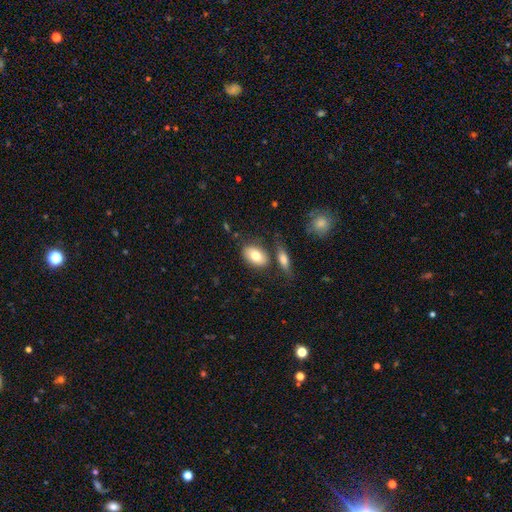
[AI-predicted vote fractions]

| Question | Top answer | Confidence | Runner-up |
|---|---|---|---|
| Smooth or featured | smooth | 78% | featured or disk (15%) |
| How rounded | in between | 88% | round (10%) |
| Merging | none | 67% | merger (15%) |